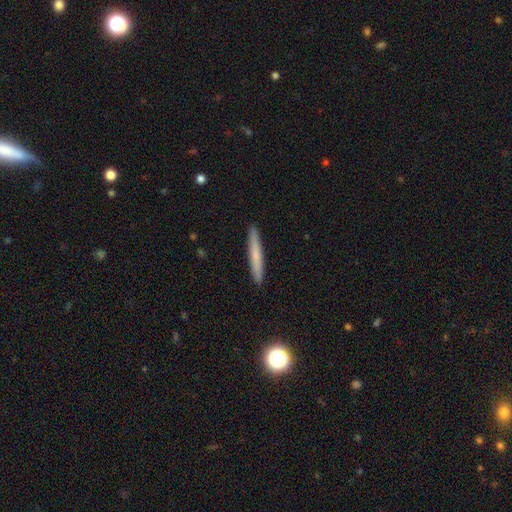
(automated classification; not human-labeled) A smooth galaxy with no disk features (65%) that is cigar-shaped (96%). Merging: none (92%).